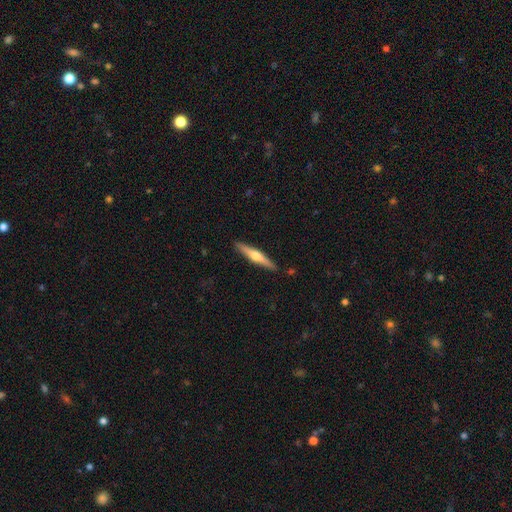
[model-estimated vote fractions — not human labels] featured or disk 59%, smooth 36%, star or artifact 5%. Down the decision tree: edge-on disk — yes (97%); edge-on bulge — rounded (91%); merging — none (90%).